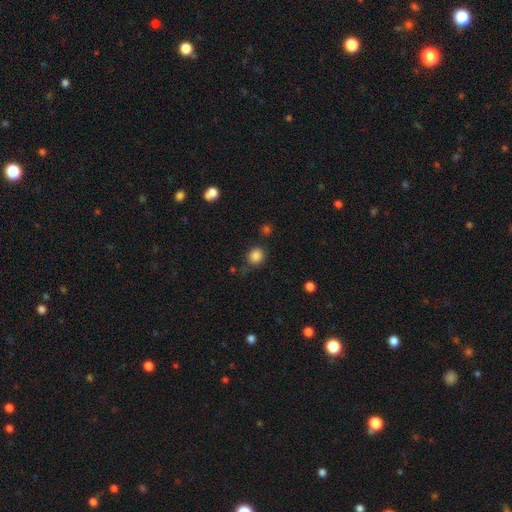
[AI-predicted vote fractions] Smooth or featured: smooth — 85% (star or artifact — 11%)
How rounded: round — 78% (in between — 21%)
Merging: none — 76% (minor disturbance — 15%)